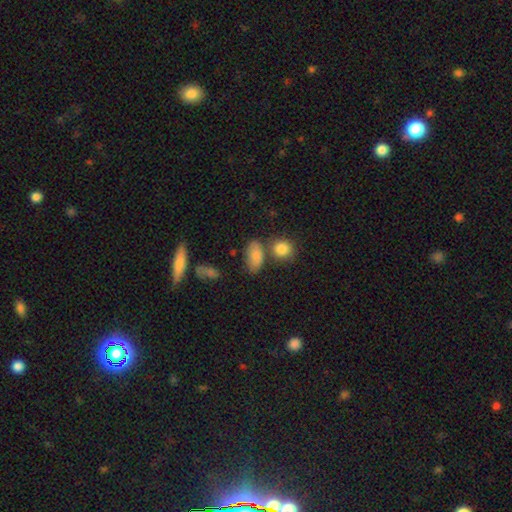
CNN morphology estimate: smooth_or_featured: smooth (p=0.83) [alt: star or artifact p=0.09]
how_rounded: in between (p=0.87) [alt: round p=0.08]
merging: none (p=0.62) [alt: merger p=0.16]